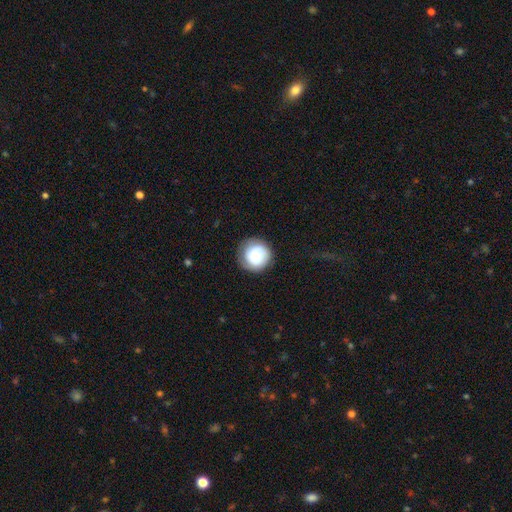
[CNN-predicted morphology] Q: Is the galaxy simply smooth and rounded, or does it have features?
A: smooth — 65%.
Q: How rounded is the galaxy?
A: round — 93%.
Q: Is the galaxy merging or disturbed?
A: none — 75%.